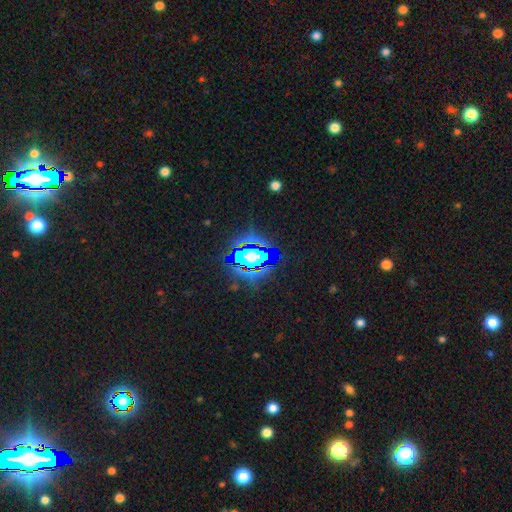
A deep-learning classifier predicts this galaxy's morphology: The model was most divided on "smooth or featured": star or artifact: 79%, smooth: 12%, featured or disk: 10%.